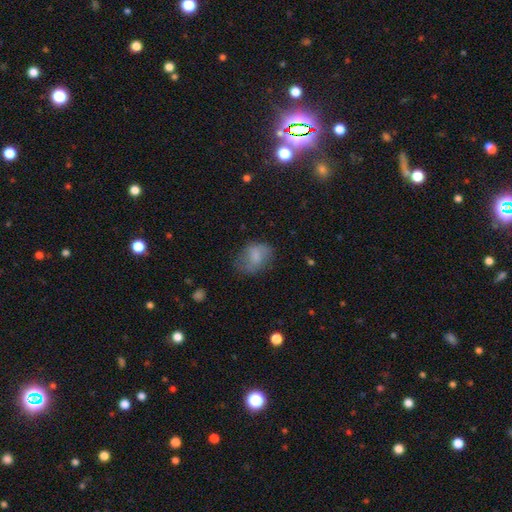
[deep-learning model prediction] This is likely a smooth galaxy (69%). How rounded: likely in between (74%). Merging: possibly none (55%).